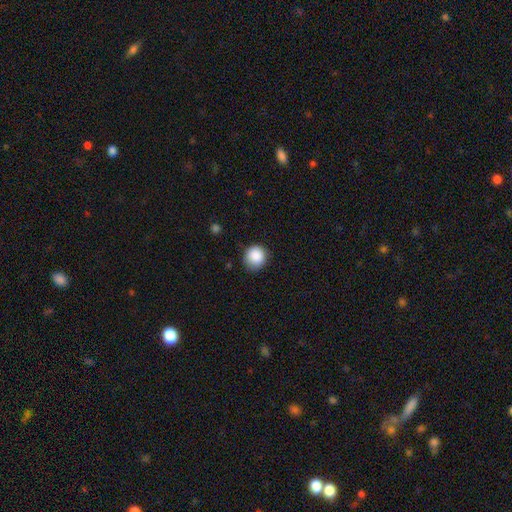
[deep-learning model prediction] smooth 88%, star or artifact 9%, featured or disk 3%. Down the decision tree: how rounded — round (90%); merging — none (81%).